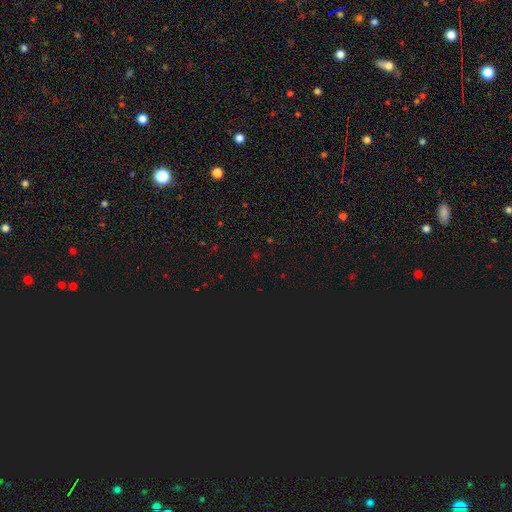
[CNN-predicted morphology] Smooth or featured? Predicted: star or artifact (p=0.67).